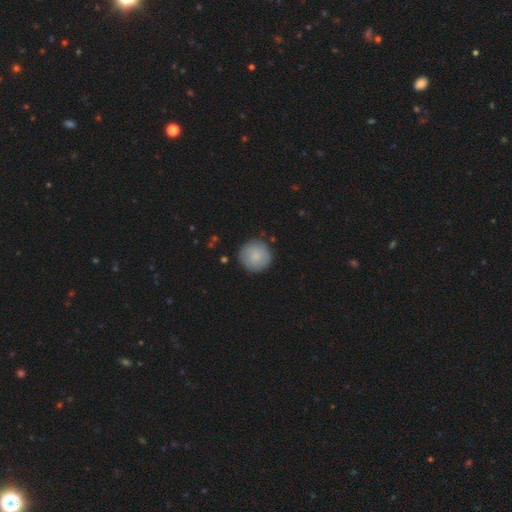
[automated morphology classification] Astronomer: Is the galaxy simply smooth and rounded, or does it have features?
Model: smooth — 79%.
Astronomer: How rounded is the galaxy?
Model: round — 95%.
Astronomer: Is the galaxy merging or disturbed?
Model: none — 84%.